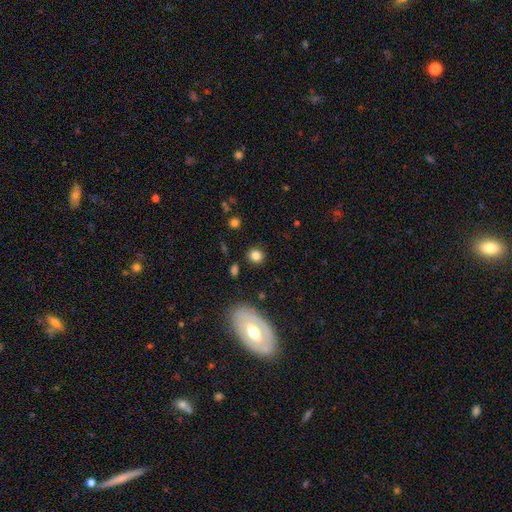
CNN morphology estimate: Smooth or featured?
  - smooth: 82% *
  - star or artifact: 11%
  - featured or disk: 7%
How rounded?
  - round: 82% *
  - in between: 16%
  - cigar-shaped: 1%
Merging?
  - none: 88% *
  - minor disturbance: 8%
  - major disturbance: 3%
  - merger: 2%